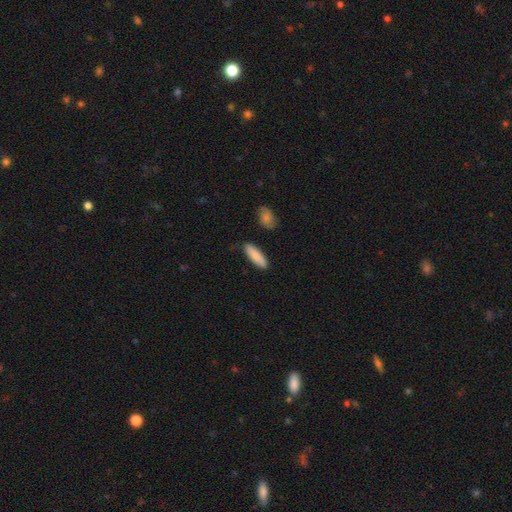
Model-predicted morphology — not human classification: Smooth or featured: smooth — 86% (featured or disk — 9%)
How rounded: cigar-shaped — 58% (in between — 40%)
Merging: none — 86% (minor disturbance — 10%)